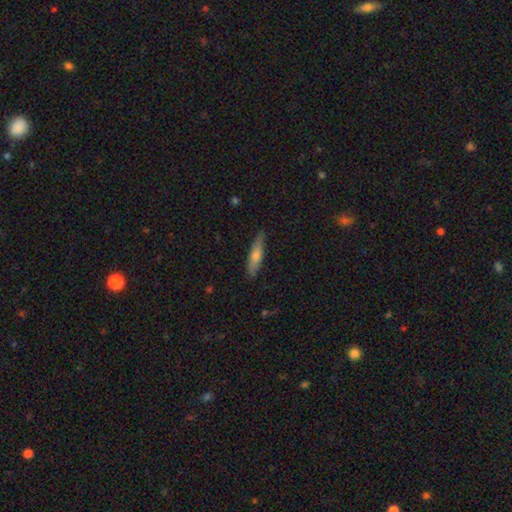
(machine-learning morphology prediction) Q: Smooth or featured?
A: smooth (60%); runner-up: featured or disk (34%)
Q: How rounded?
A: cigar-shaped (80%); runner-up: in between (18%)
Q: Merging?
A: none (85%); runner-up: minor disturbance (12%)